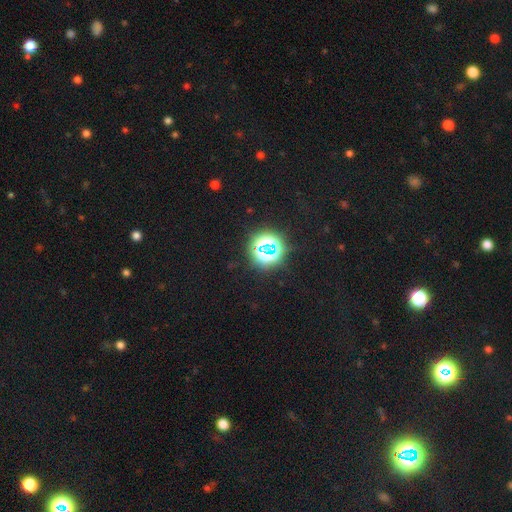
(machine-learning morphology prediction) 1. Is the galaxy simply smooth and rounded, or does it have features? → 71% star or artifact, 22% smooth, 7% featured or disk.